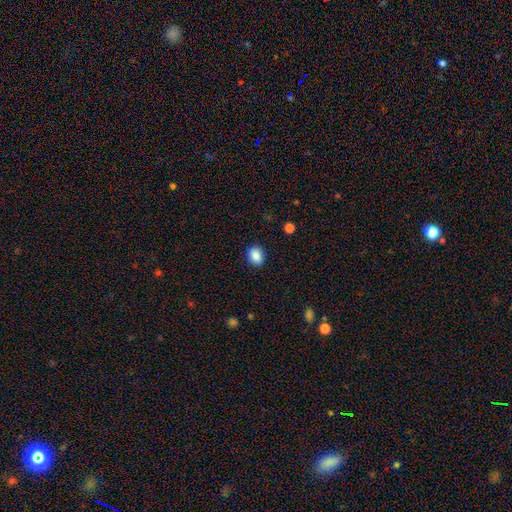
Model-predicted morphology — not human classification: The model was most divided on "how rounded": in between: 55%, round: 44%, cigar-shaped: 1%. More confident: merging — none (88%); smooth or featured — smooth (88%).